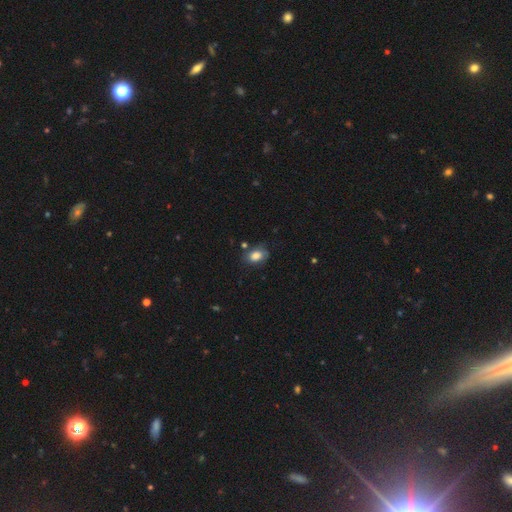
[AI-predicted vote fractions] Smooth or featured?
  - smooth: 82% *
  - featured or disk: 10%
  - star or artifact: 8%
How rounded?
  - in between: 81% *
  - round: 17%
  - cigar-shaped: 1%
Merging?
  - none: 69% *
  - minor disturbance: 22%
  - major disturbance: 6%
  - merger: 4%